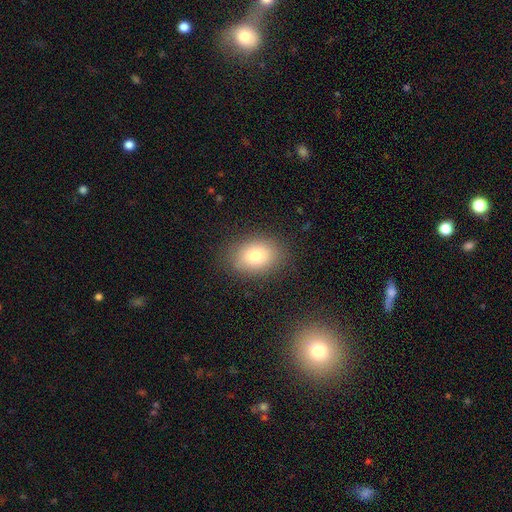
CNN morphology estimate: Overall: smooth (77%). How rounded: in between (68%; round 31%). Merging: none (84%).